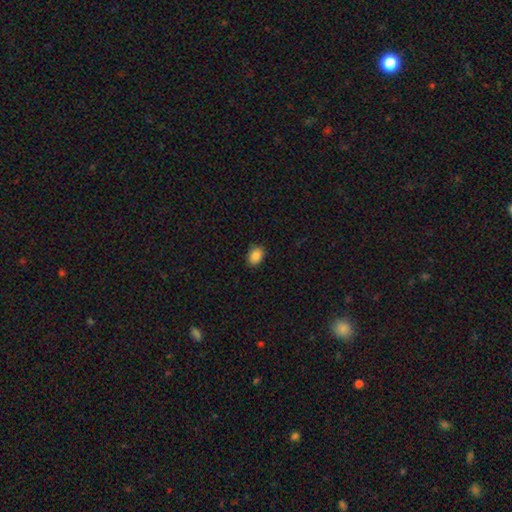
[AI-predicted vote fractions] This appears to be a smooth galaxy with no disk features (87%) that is in between round and cigar-shaped (73%). Merging: none (87%).